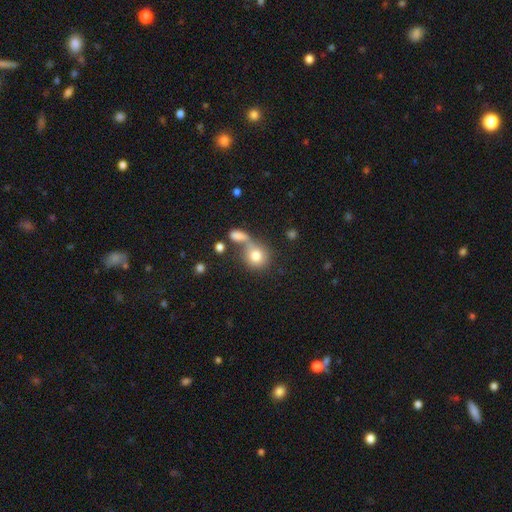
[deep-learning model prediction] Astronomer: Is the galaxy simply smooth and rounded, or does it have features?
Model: smooth — 78%.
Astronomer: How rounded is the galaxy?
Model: round — 78%.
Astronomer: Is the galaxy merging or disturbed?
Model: merger — 40% (runner-up: none, 37%).